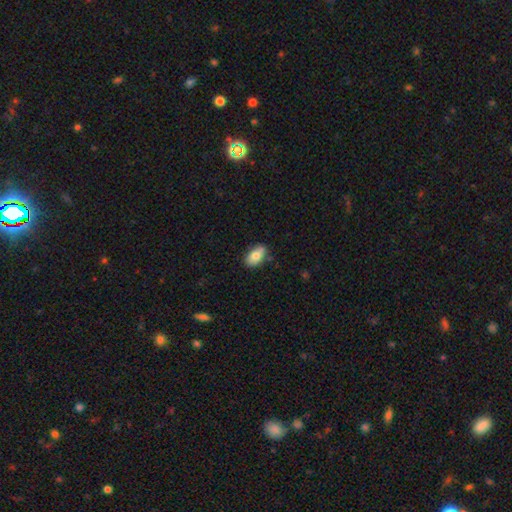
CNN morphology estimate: smooth-or-featured: smooth: 77% | featured or disk: 16% | star or artifact: 7%
  how-rounded: in between: 92% | round: 6% | cigar-shaped: 2%
  merging: none: 73% | minor disturbance: 20% | merger: 4% | major disturbance: 3%